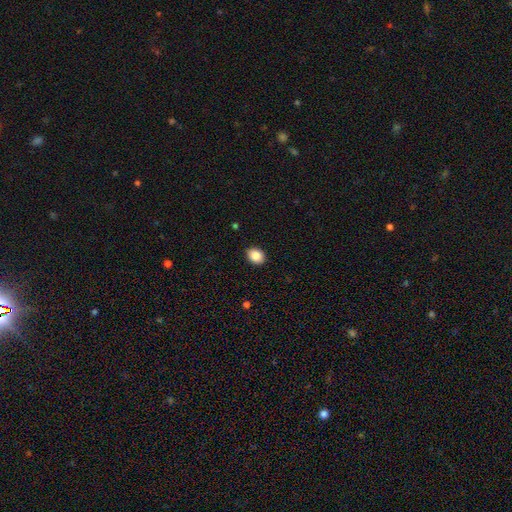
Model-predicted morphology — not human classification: smooth 87%, star or artifact 9%, featured or disk 5%. Down the decision tree: how rounded — in between (59%); merging — none (90%).